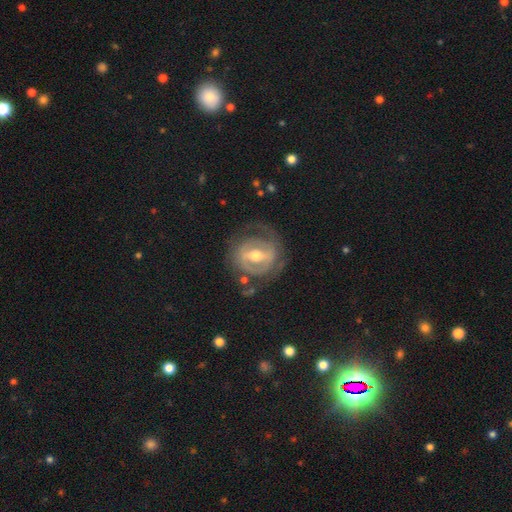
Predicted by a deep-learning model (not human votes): Smooth or featured? Predicted: featured or disk (p=0.80). Edge-on disk? Predicted: no (p=0.95). Bar? Predicted: strong (p=0.52). Spiral arms? Predicted: yes (p=0.69). Spiral winding? Predicted: tight (p=0.51). Spiral arm count? Predicted: 2 (p=0.58). Bulge size? Predicted: moderate (p=0.74). Merging? Predicted: none (p=0.66).